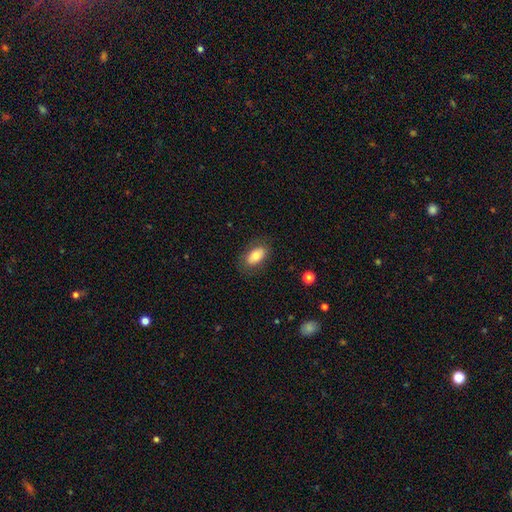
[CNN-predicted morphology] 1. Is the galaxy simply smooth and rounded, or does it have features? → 75% smooth, 18% featured or disk, 7% star or artifact.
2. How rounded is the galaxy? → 91% in between, 5% round, 4% cigar-shaped.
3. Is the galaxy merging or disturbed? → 82% none, 13% minor disturbance, 4% major disturbance, 1% merger.